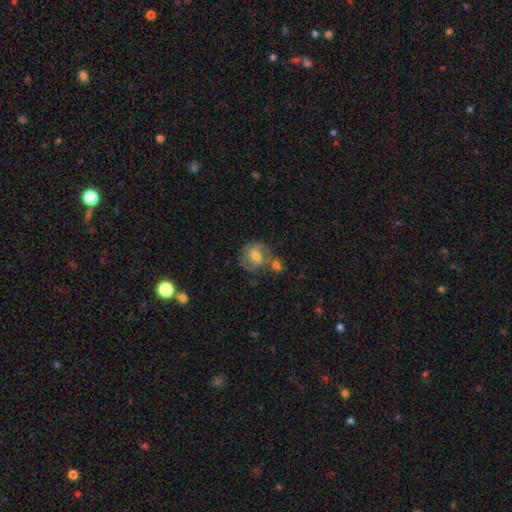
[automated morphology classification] Smooth or featured: smooth — 52% (featured or disk — 40%)
How rounded: round — 77% (in between — 22%)
Merging: none — 45% (merger — 31%)